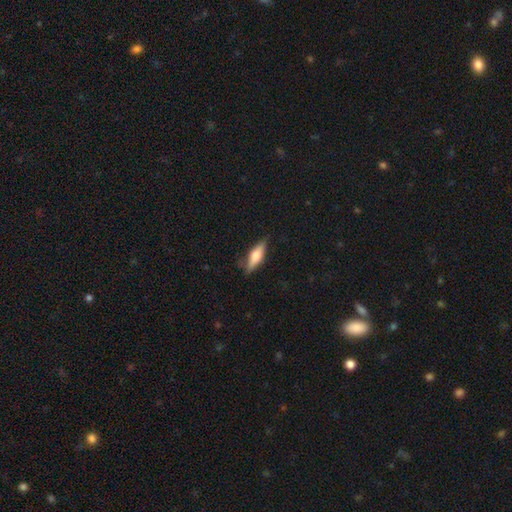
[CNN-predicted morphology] This is possibly a smooth galaxy (54%). How rounded: possibly in between (49%). Merging: likely none (78%).